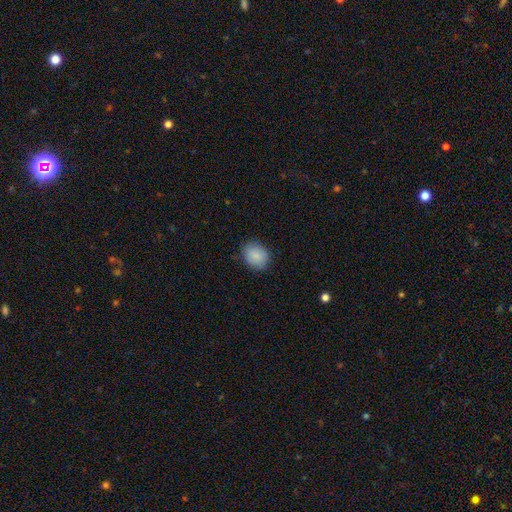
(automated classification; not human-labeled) The model was most divided on "how rounded": round: 56%, in between: 43%, cigar-shaped: 1%. More confident: smooth or featured — smooth (88%); merging — none (84%).